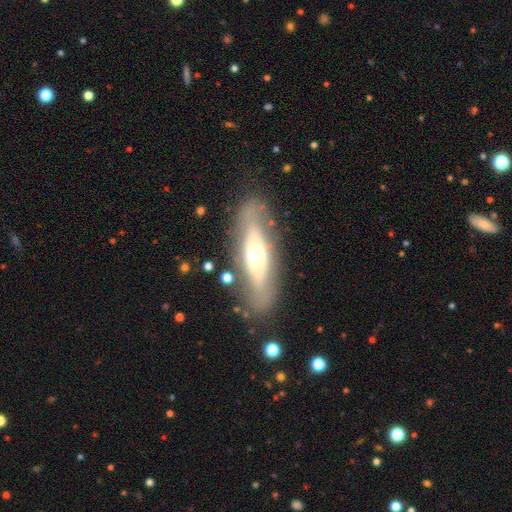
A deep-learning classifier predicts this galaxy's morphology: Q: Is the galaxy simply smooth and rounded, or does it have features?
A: featured or disk — 55%.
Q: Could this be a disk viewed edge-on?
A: no — 59%.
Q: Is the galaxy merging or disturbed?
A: none — 78%.